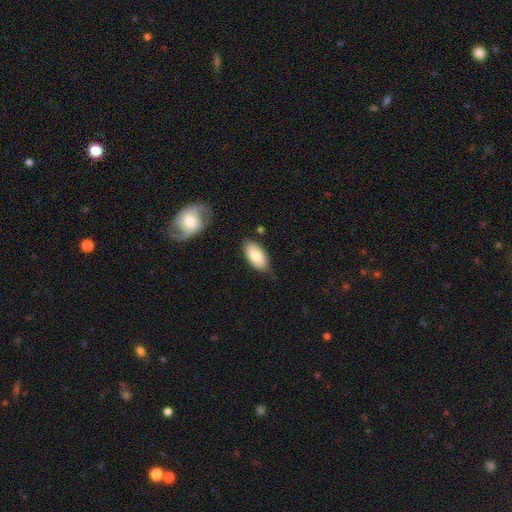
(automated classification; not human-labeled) Overall: smooth (80%). How rounded: in between (94%). Merging: none (73%).